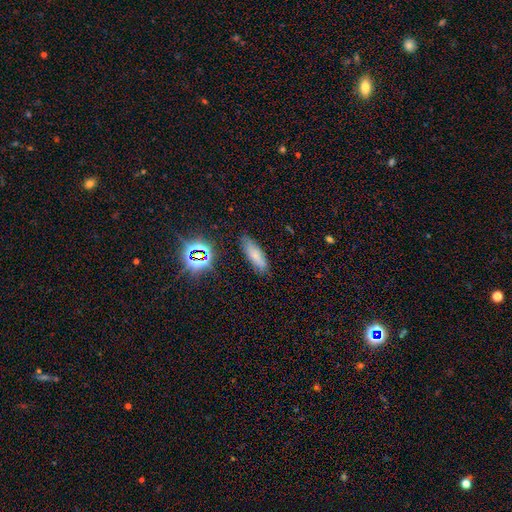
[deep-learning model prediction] smooth-or-featured: smooth: 68% | star or artifact: 16% | featured or disk: 16%
  how-rounded: in between: 49% | cigar-shaped: 47% | round: 3%
  merging: none: 79% | minor disturbance: 15% | major disturbance: 4% | merger: 2%